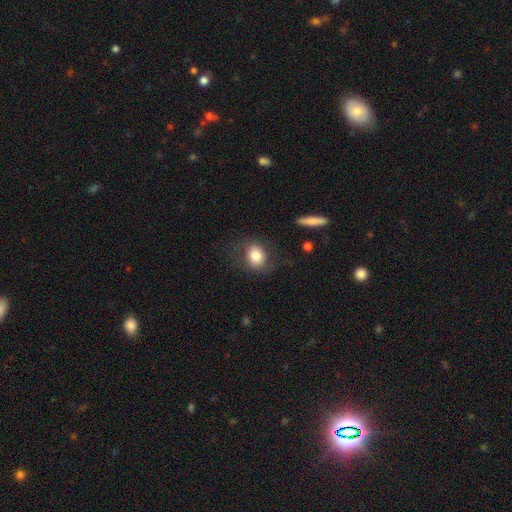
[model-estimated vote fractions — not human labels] A smooth galaxy with no disk features (78%) that is round (57%).

Vote fractions:
- Smooth or featured? smooth: 78% / featured or disk: 14% / star or artifact: 8%
- How rounded? round: 57% / in between: 42% / cigar-shaped: 1%
- Merging? none: 72% / minor disturbance: 17% / major disturbance: 10% / merger: 2%